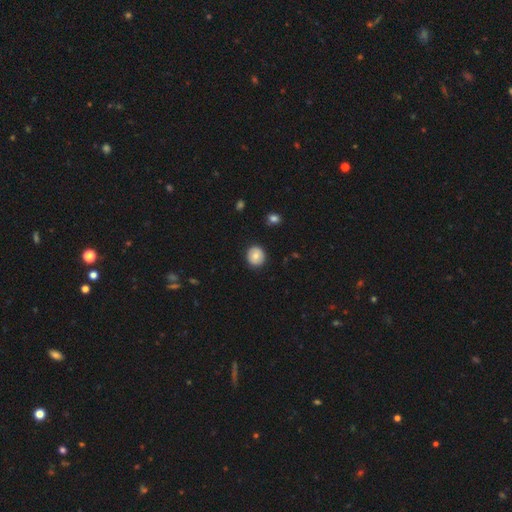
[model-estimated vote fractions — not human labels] Smooth or featured?
  - smooth: 77% *
  - featured or disk: 16%
  - star or artifact: 8%
How rounded?
  - round: 89% *
  - in between: 11%
  - cigar-shaped: 1%
Merging?
  - none: 89% *
  - minor disturbance: 8%
  - major disturbance: 2%
  - merger: 1%